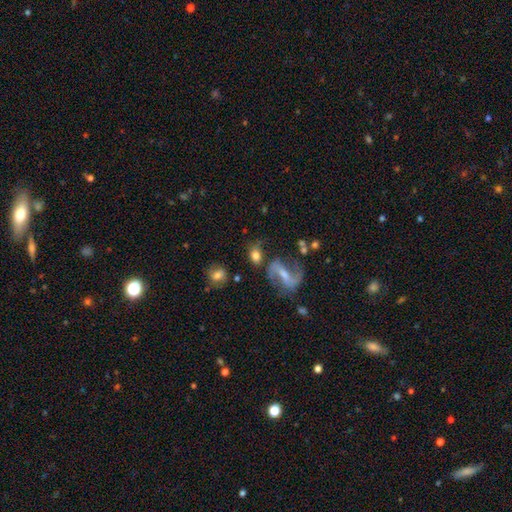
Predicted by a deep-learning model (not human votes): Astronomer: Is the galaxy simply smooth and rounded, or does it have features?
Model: smooth — 49% (runner-up: featured or disk, 39%).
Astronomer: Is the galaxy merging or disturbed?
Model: none — 61%.